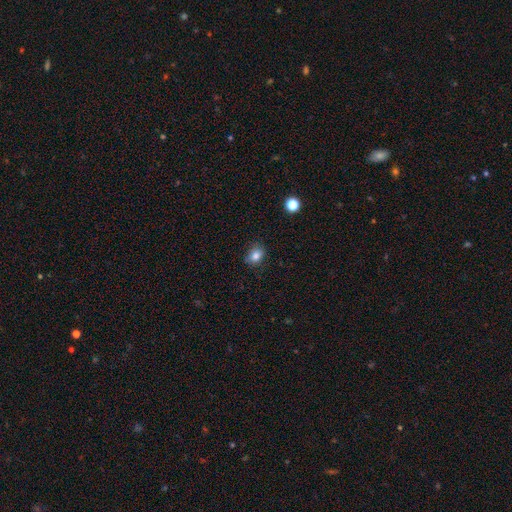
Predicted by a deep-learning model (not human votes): smooth_or_featured: smooth (p=0.82) [alt: star or artifact p=0.11]
how_rounded: in between (p=0.58) [alt: round p=0.41]
merging: none (p=0.76) [alt: minor disturbance p=0.19]